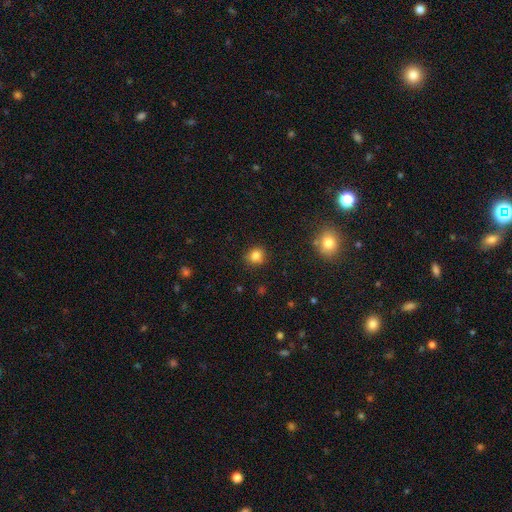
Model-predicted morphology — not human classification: A smooth galaxy with no disk features (83%) that is round (81%). Merging: none (86%).